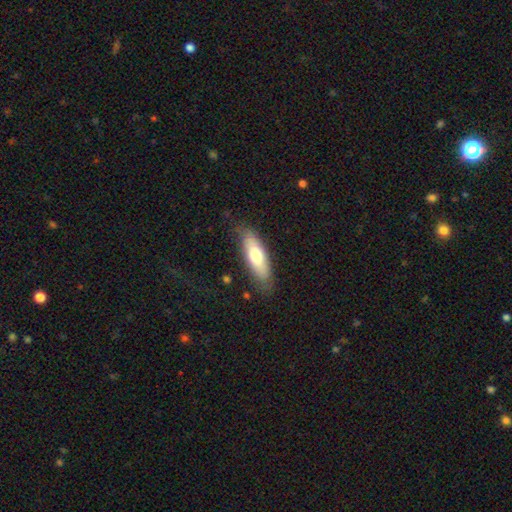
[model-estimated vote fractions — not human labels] A smooth galaxy with no disk features (70%) that is in between round and cigar-shaped (54%). Merging: none (79%).